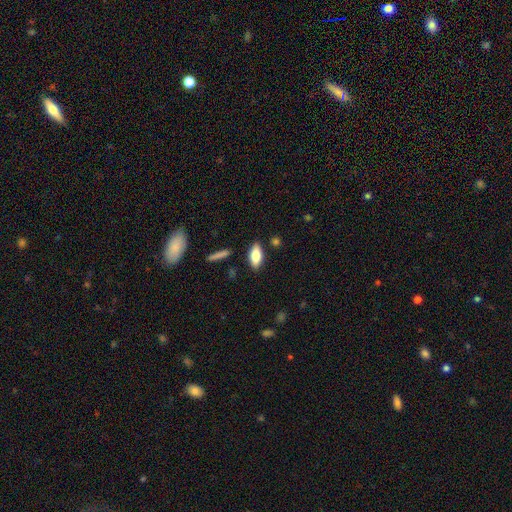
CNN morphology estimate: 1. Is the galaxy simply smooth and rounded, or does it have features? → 75% smooth, 18% featured or disk, 7% star or artifact.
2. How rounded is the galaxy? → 82% in between, 15% cigar-shaped, 3% round.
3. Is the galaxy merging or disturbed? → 85% none, 10% minor disturbance, 2% merger, 2% major disturbance.